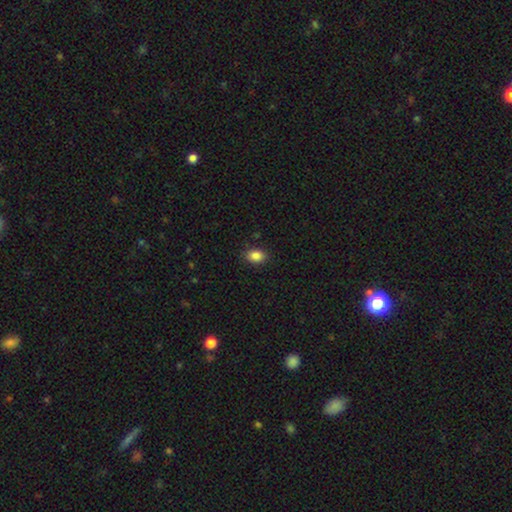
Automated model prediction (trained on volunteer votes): Overall: smooth (87%). How rounded: in between (80%). Merging: none (87%).